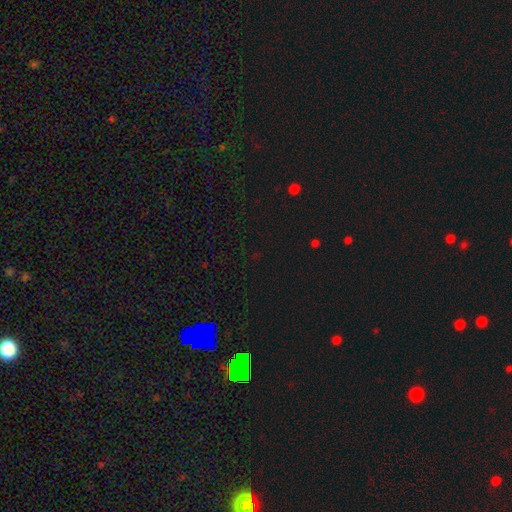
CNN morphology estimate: Overall: star or artifact (72%).